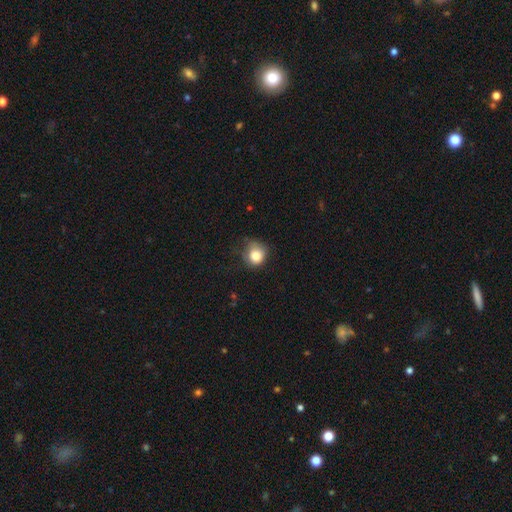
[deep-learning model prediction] This appears to be a smooth galaxy with no disk features (81%) that is round (79%). Merging: none (51%).